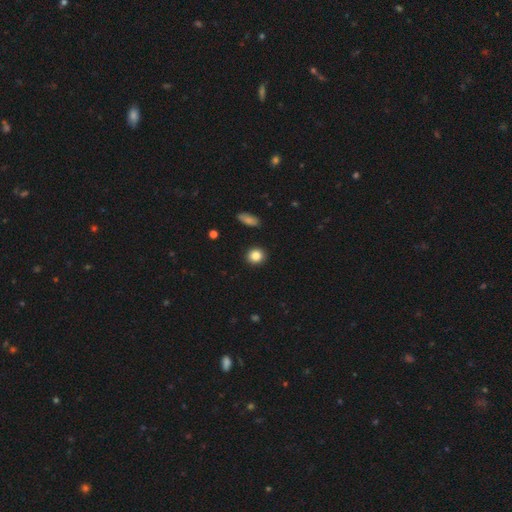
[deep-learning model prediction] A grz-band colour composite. It shows a smooth galaxy with no disk features (86%) that is round (82%). Merging: none (91%).